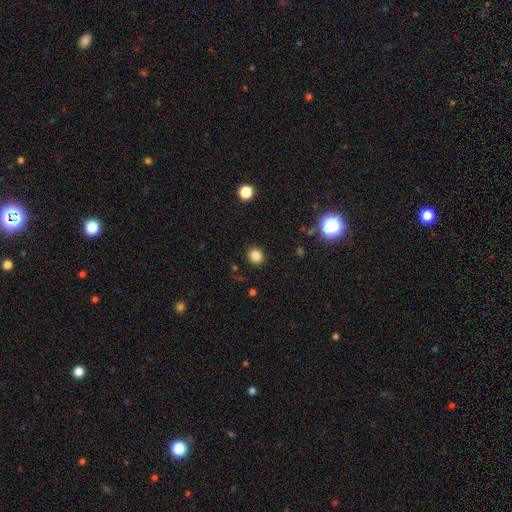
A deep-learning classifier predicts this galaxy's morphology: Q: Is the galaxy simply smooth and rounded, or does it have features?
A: smooth — 83%.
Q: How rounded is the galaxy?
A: round — 73%.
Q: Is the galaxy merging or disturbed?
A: none — 90%.